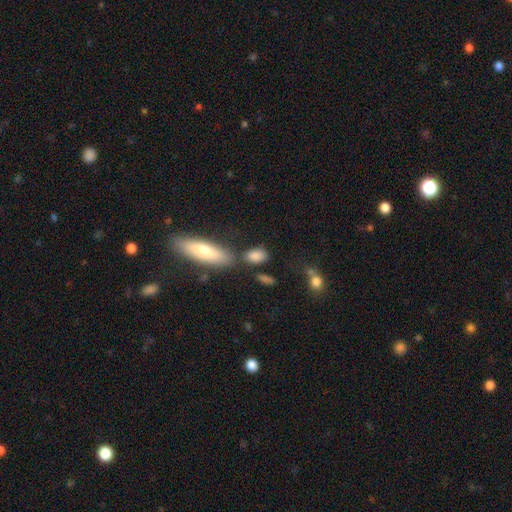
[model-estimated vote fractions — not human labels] Morphology: type=smooth (84%); roundness=in between (80%); merging=none (64%).